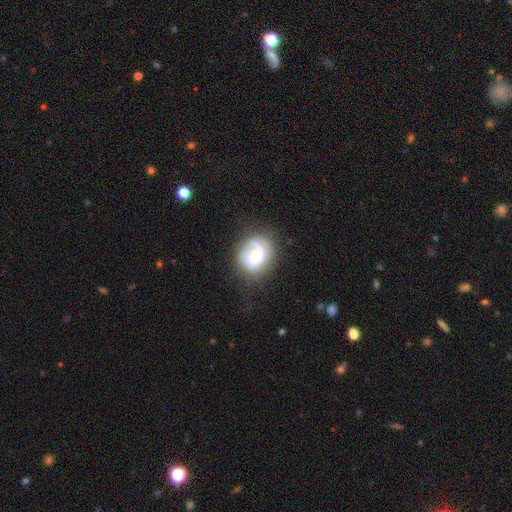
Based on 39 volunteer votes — This appears to be a featured or disk galaxy (67%) with no bar (62%), 1 (33%) medium (46%, tied with loose) spiral arms (92%) and a moderate central bulge (77%). Merging: none (56%).